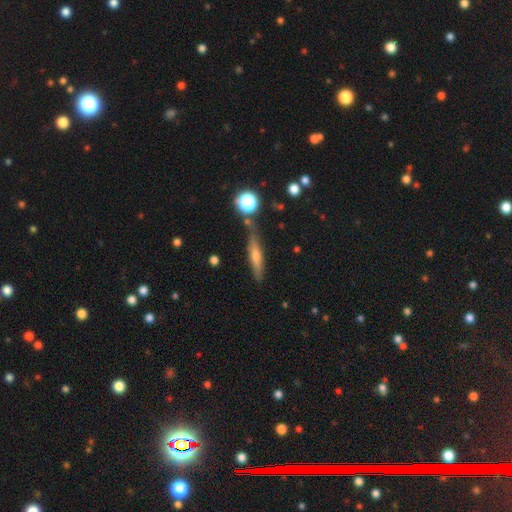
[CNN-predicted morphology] Smooth or featured? featured or disk (51%)
Edge-on disk? yes (90%)
Merging? none (78%)